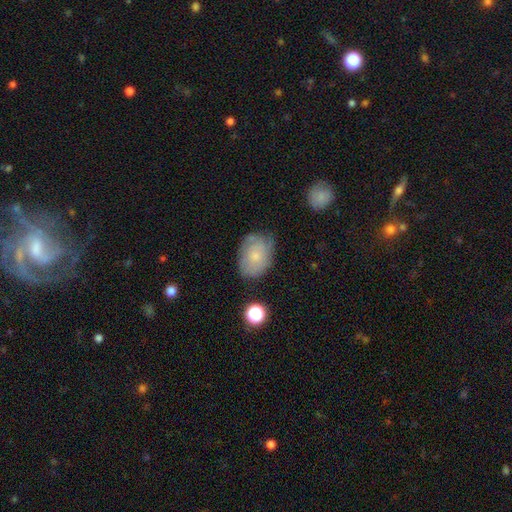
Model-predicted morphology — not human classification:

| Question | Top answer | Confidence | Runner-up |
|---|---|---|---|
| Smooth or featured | smooth | 50% | featured or disk (41%) |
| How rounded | in between | 74% | round (25%) |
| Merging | none | 66% | minor disturbance (24%) |